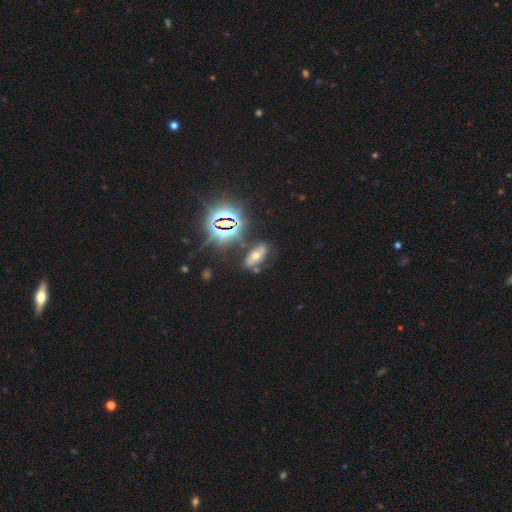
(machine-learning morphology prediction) Smooth or featured? Predicted: star or artifact (p=0.37).